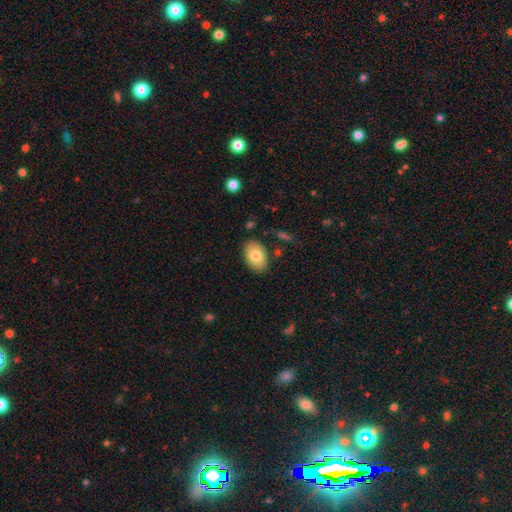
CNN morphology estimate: A smooth galaxy with no disk features (80%) that is in between round and cigar-shaped (88%).

Vote fractions:
- Smooth or featured? smooth: 80% / featured or disk: 13% / star or artifact: 7%
- How rounded? in between: 88% / round: 11% / cigar-shaped: 1%
- Merging? none: 85% / minor disturbance: 10% / major disturbance: 2% / merger: 2%